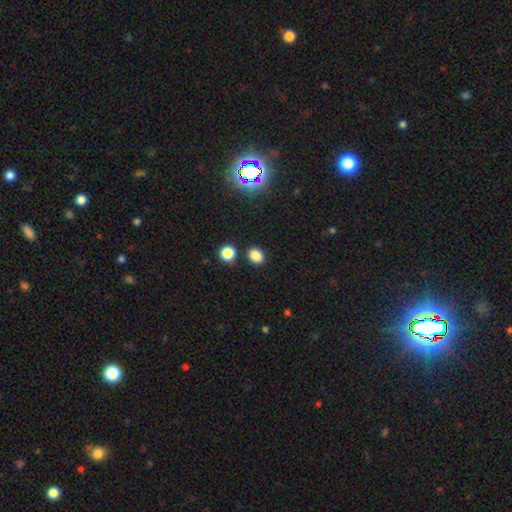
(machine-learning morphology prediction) A smooth galaxy with no disk features (83%) that is in between round and cigar-shaped (53%). Merging: none (83%).